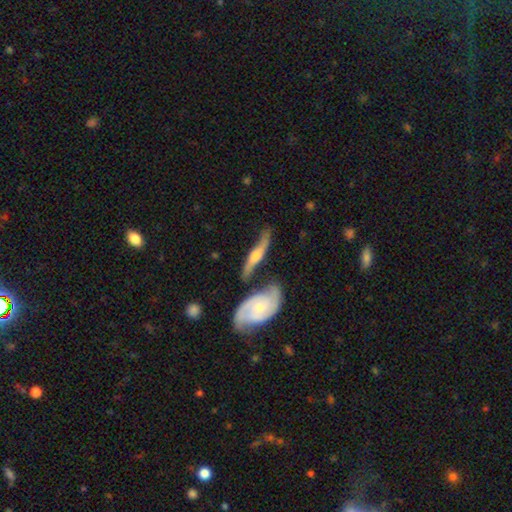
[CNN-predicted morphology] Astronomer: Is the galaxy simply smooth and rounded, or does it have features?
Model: featured or disk — 77%.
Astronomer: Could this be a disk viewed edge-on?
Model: yes — 67%.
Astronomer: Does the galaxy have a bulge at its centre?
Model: rounded — 87%.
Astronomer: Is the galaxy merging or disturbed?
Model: none — 58%.